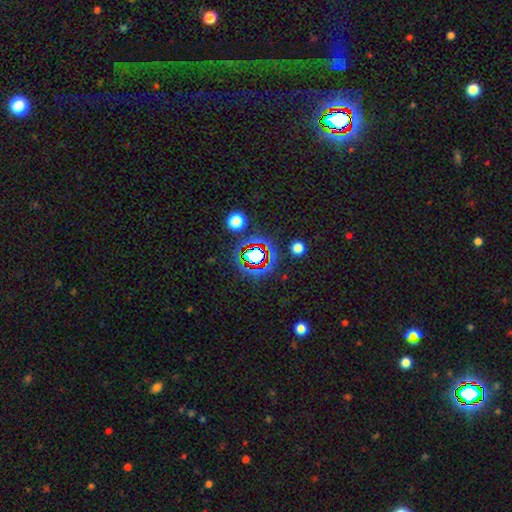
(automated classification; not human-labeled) Smooth or featured? Predicted: star or artifact (p=0.63).